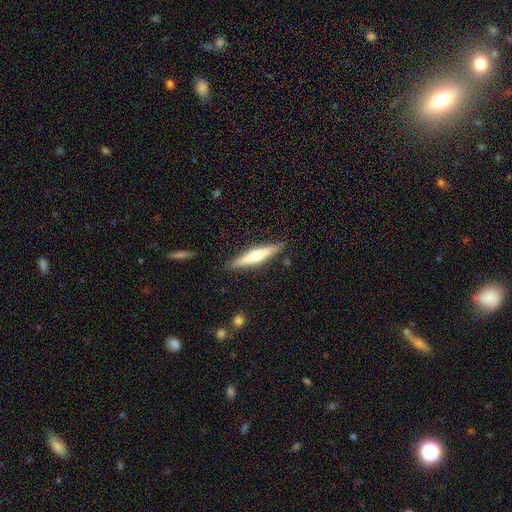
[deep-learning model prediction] smooth_or_featured: featured or disk (p=0.59) [alt: smooth p=0.36]
disk_edge_on: yes (p=0.95) [alt: no p=0.05]
edge_on_bulge: rounded (p=0.89) [alt: none p=0.06]
merging: none (p=0.88) [alt: minor disturbance p=0.09]